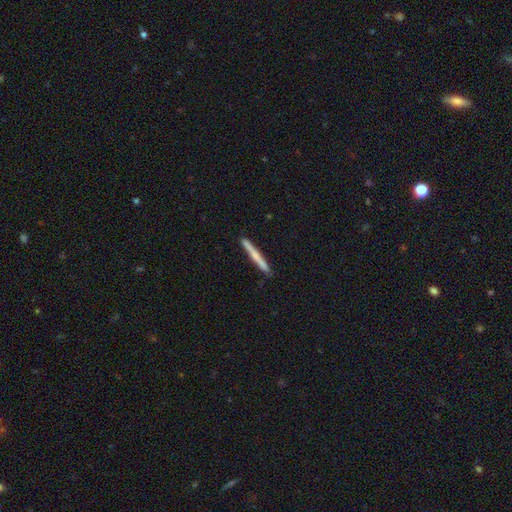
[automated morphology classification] A smooth galaxy with no disk features (51%) that is cigar-shaped (97%).

Vote fractions:
- Smooth or featured? smooth: 51% / featured or disk: 43% / star or artifact: 6%
- How rounded? cigar-shaped: 97% / in between: 2% / round: 1%
- Merging? none: 90% / minor disturbance: 7% / major disturbance: 1% / merger: 1%